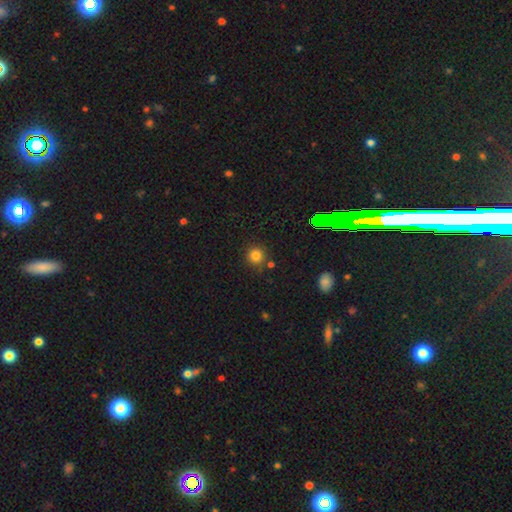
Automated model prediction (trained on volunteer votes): Morphology: type=smooth (81%); roundness=round (93%); merging=none (81%).